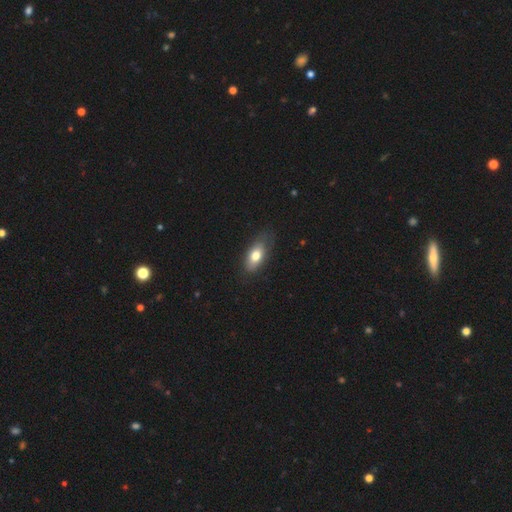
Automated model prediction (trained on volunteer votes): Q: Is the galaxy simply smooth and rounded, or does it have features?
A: smooth — 73%.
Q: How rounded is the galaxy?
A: in between — 86%.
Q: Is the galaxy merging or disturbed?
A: none — 70%.